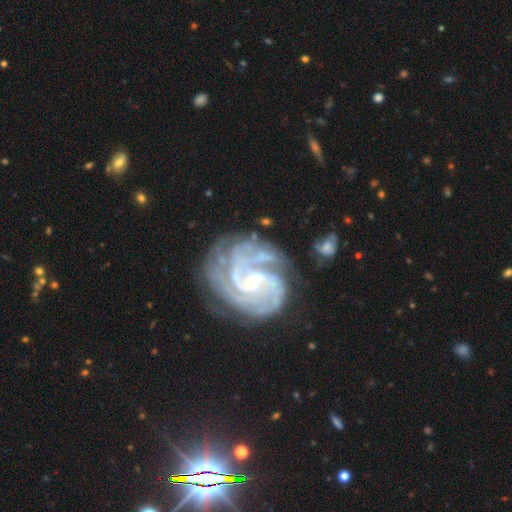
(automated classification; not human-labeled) Morphology: type=featured or disk (90%); edge-on=no (98%); bar=no (52%); spiral arms=yes (97%); winding=tight (61%); arm count=3 (28%); bulge=small (77%); merging=none (58%).